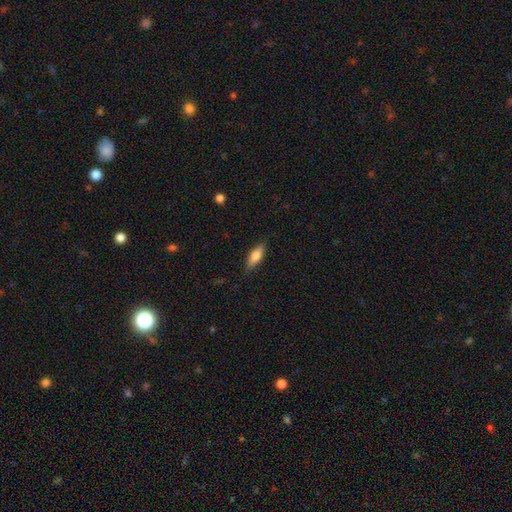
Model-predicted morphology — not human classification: type=smooth (68%); roundness=in between (60%); merging=none (84%).